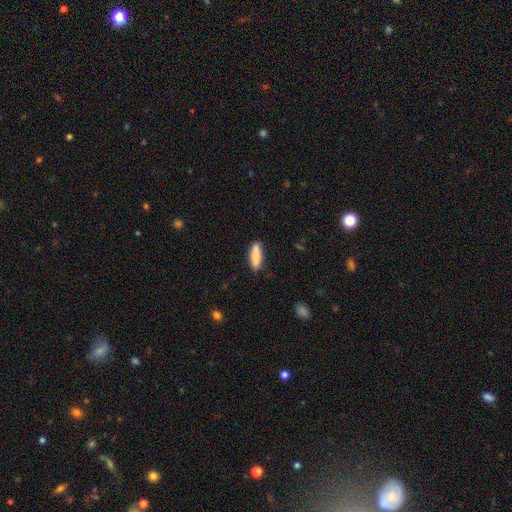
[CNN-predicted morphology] Smooth or featured? Predicted: smooth (p=0.86). How rounded? Predicted: cigar-shaped (p=0.55). Merging? Predicted: none (p=0.85).